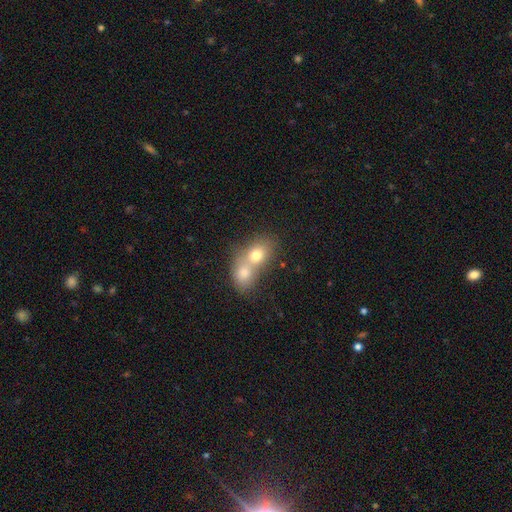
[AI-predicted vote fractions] The model was most divided on "how rounded": round: 53%, in between: 44%, cigar-shaped: 2%. More confident: merging — merger (76%); smooth or featured — smooth (65%).